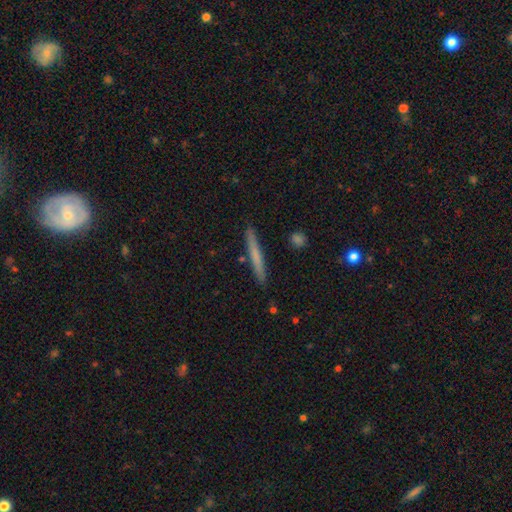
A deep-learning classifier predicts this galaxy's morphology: This is likely a smooth galaxy (63%). How rounded: clearly cigar-shaped (97%). Merging: clearly none (91%).